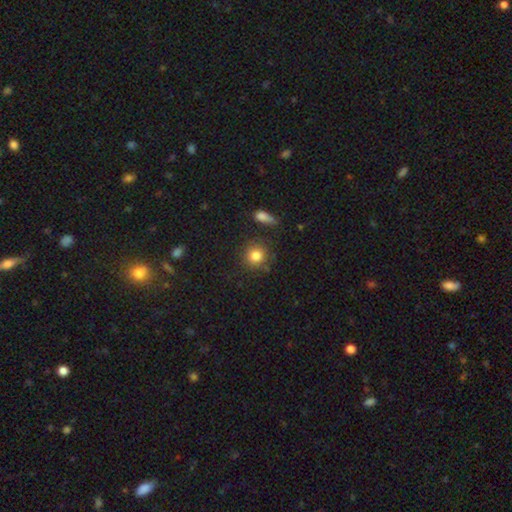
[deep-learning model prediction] This appears to be a smooth galaxy with no disk features (83%) that is round (89%). Merging: none (81%).